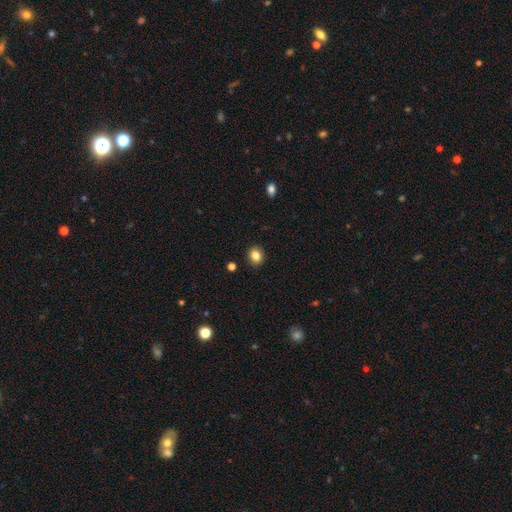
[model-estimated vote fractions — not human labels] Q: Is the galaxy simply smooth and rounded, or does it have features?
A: smooth — 84%.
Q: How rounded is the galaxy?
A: round — 68%.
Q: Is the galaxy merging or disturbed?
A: none — 91%.